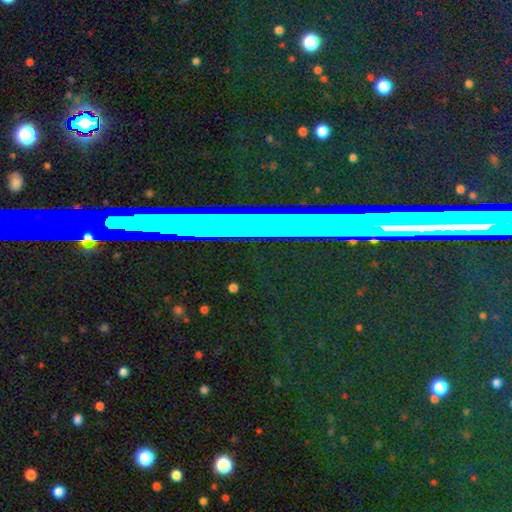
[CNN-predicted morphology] Smooth or featured?
  - star or artifact: 75% *
  - featured or disk: 13%
  - smooth: 12%